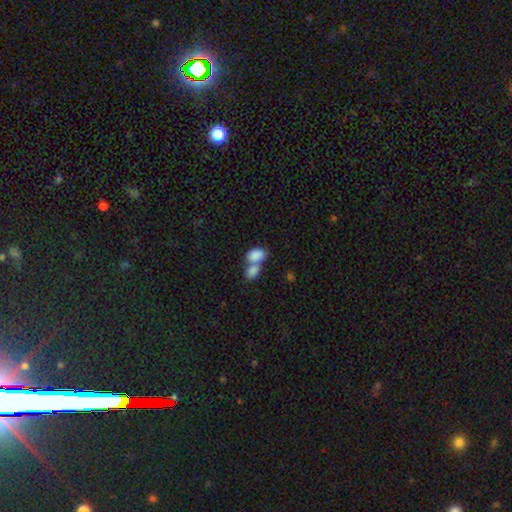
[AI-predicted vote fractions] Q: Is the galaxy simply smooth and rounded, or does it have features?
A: smooth — 84%.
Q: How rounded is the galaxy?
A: in between — 89%.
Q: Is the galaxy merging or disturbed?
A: merger — 67%.